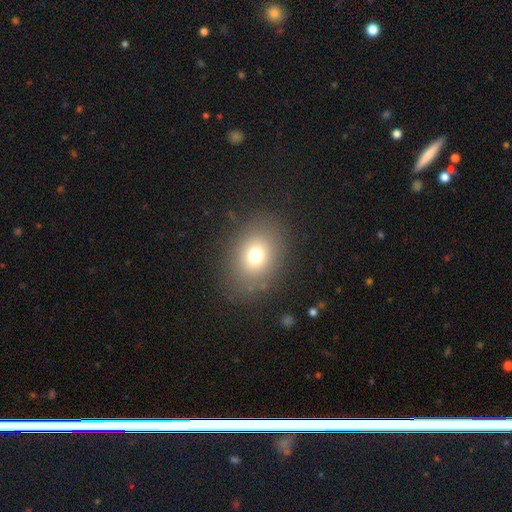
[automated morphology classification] This appears to be a smooth galaxy with no disk features (72%) that is in between round and cigar-shaped (50%). Merging: none (83%).